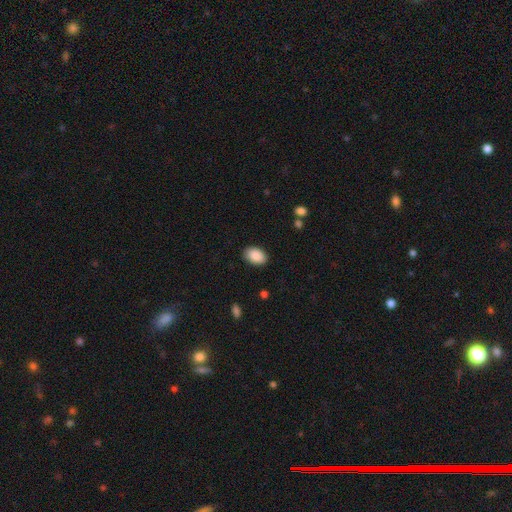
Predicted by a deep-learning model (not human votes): A smooth galaxy with no disk features (90%) that is in between round and cigar-shaped (88%).

Vote fractions:
- Smooth or featured? smooth: 90% / star or artifact: 7% / featured or disk: 3%
- How rounded? in between: 88% / round: 11% / cigar-shaped: 1%
- Merging? none: 87% / minor disturbance: 9% / major disturbance: 2% / merger: 1%